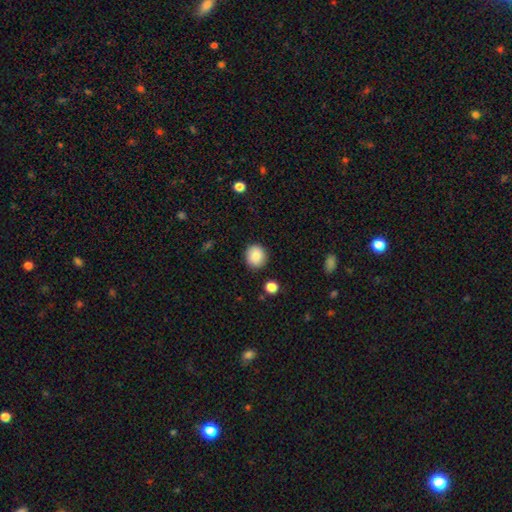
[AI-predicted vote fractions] A smooth galaxy with no disk features (87%) that is round (87%). Merging: none (90%).